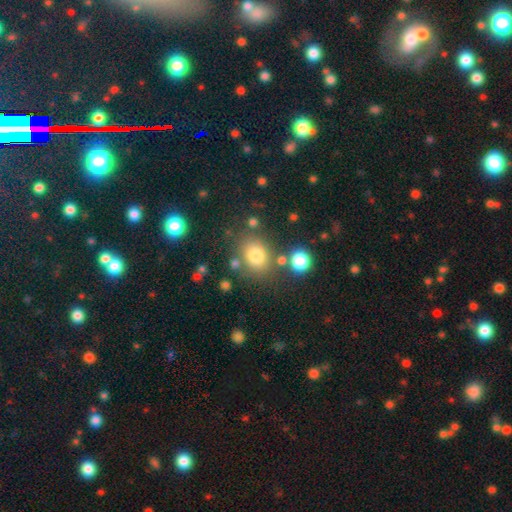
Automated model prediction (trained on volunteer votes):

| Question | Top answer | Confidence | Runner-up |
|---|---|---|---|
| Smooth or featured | smooth | 76% | star or artifact (14%) |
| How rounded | round | 54% | in between (45%) |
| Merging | none | 72% | minor disturbance (13%) |